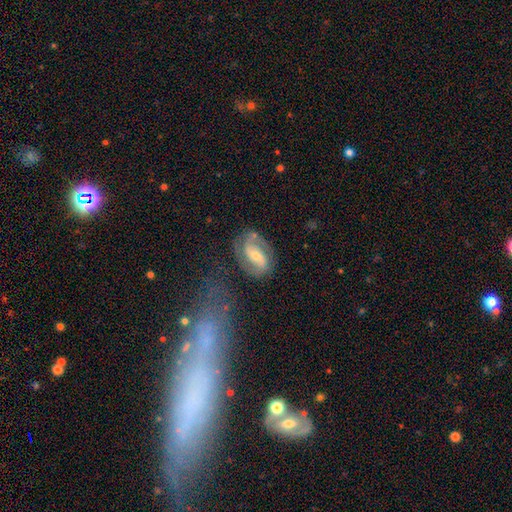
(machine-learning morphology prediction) type=featured or disk (80%); edge-on=no (96%); bar=weak (38%); spiral arms=yes (92%); winding=medium (46%); arm count=2 (87%); bulge=small (50%); merging=none (71%).